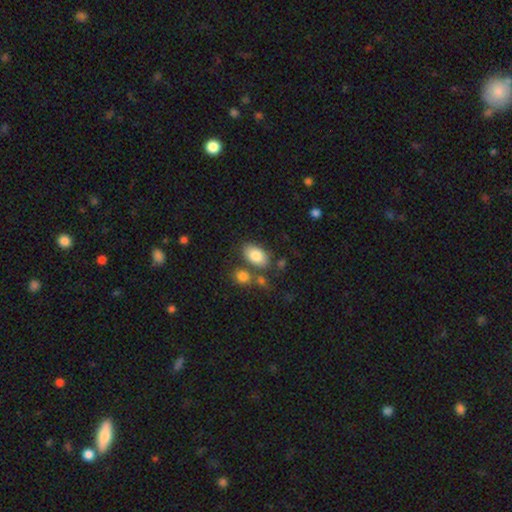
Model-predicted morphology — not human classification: smooth_or_featured: smooth (p=0.84) [alt: featured or disk p=0.09]
how_rounded: in between (p=0.91) [alt: round p=0.08]
merging: none (p=0.67) [alt: merger p=0.16]